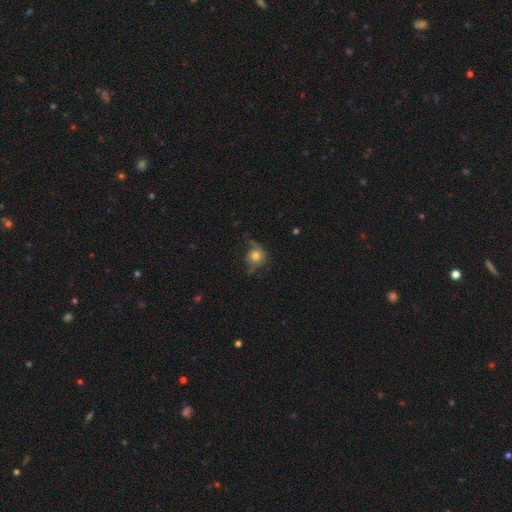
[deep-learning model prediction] Overall: smooth (62%; featured or disk 28%). How rounded: round (82%). Merging: none (44%; minor disturbance 27%).